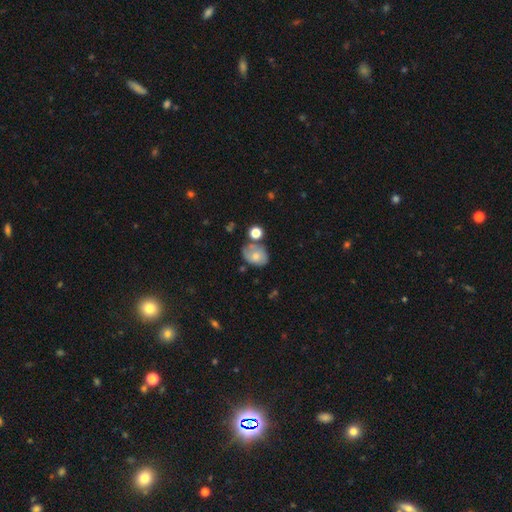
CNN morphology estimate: smooth-or-featured: smooth: 69% | featured or disk: 22% | star or artifact: 10%
  how-rounded: in between: 66% | round: 33% | cigar-shaped: 1%
  merging: none: 51% | minor disturbance: 25% | merger: 15% | major disturbance: 8%